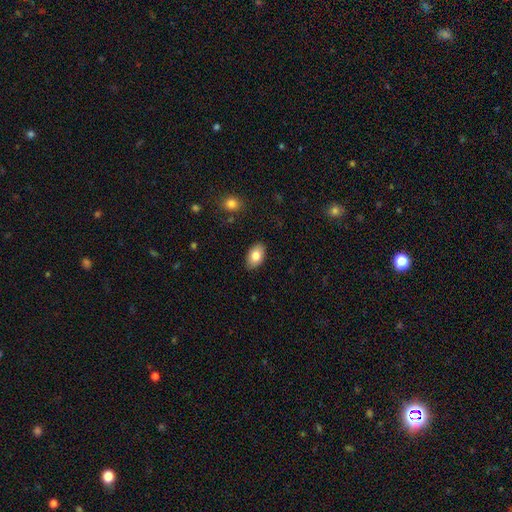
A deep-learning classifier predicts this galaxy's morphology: smooth-or-featured: smooth: 82% | featured or disk: 11% | star or artifact: 7%
  how-rounded: in between: 92% | round: 7% | cigar-shaped: 1%
  merging: none: 88% | minor disturbance: 9% | major disturbance: 2% | merger: 1%